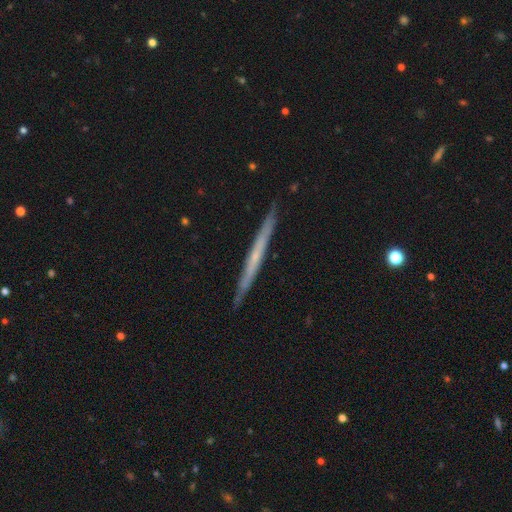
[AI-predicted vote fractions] Smooth or featured: featured or disk — 61% (smooth — 33%)
Edge-on disk: yes — 96% (no — 4%)
Edge-on bulge: none — 79% (rounded — 17%)
Merging: none — 90% (minor disturbance — 7%)